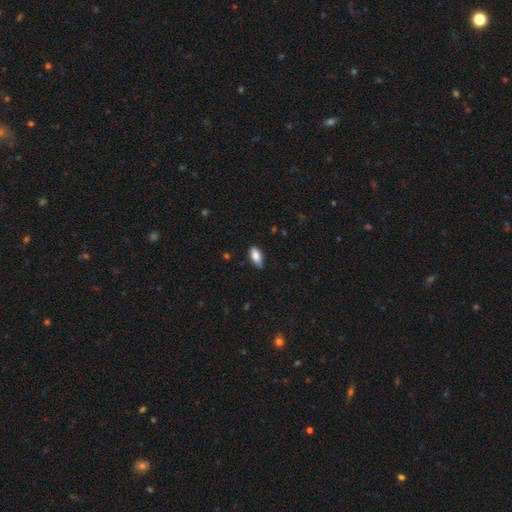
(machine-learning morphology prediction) Smooth or featured?
  - smooth: 84% *
  - featured or disk: 9%
  - star or artifact: 7%
How rounded?
  - in between: 90% *
  - cigar-shaped: 8%
  - round: 2%
Merging?
  - none: 76% *
  - minor disturbance: 20%
  - major disturbance: 3%
  - merger: 1%